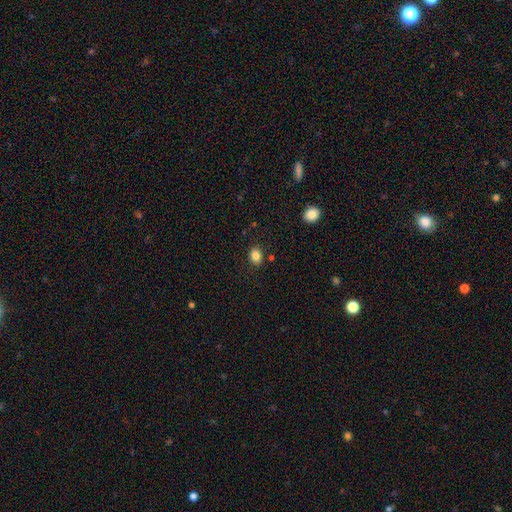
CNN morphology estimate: smooth-or-featured: smooth: 85% | star or artifact: 10% | featured or disk: 5%
  how-rounded: in between: 60% | round: 39% | cigar-shaped: 1%
  merging: none: 84% | minor disturbance: 11% | major disturbance: 3% | merger: 3%